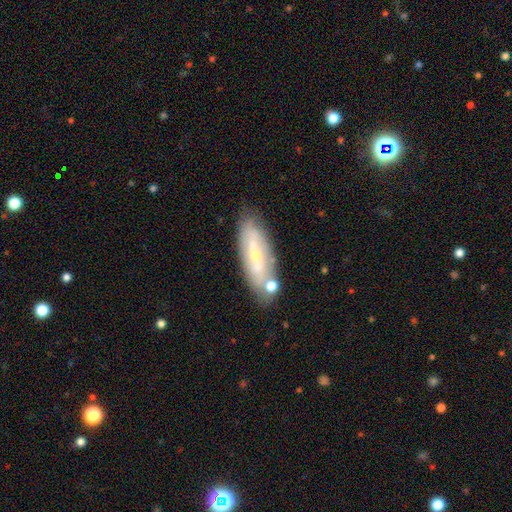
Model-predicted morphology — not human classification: Overall: featured or disk (66%; smooth 27%). Edge-on disk: no (77%). Bar: weak (36%; no 33%). Spiral arms: yes (66%; no 34%). Bulge size: small (66%; moderate 29%). Merging: none (73%).